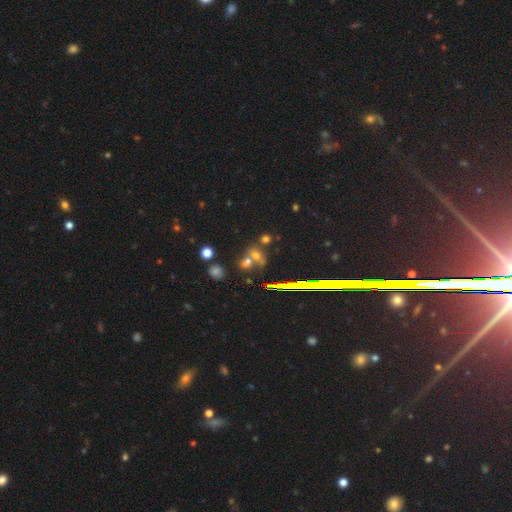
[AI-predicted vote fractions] This appears to be a smooth galaxy with no disk features (52%) that is in between round and cigar-shaped (48%). Merging: merger (46%).